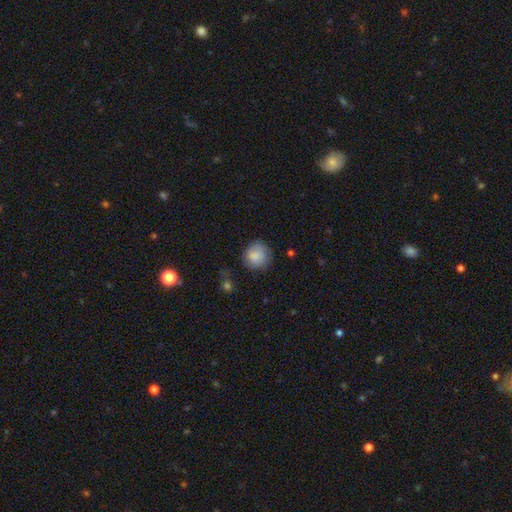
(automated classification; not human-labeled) smooth_or_featured: smooth (p=0.85) [alt: featured or disk p=0.08]
how_rounded: round (p=0.89) [alt: in between p=0.10]
merging: none (p=0.77) [alt: minor disturbance p=0.16]